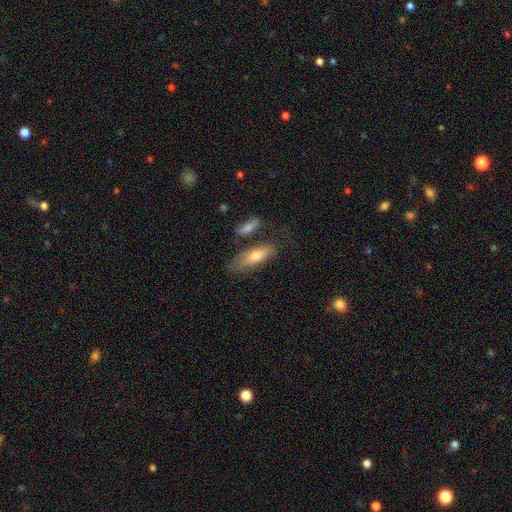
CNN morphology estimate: type=smooth (67%); roundness=in between (49%); merging=none (62%).